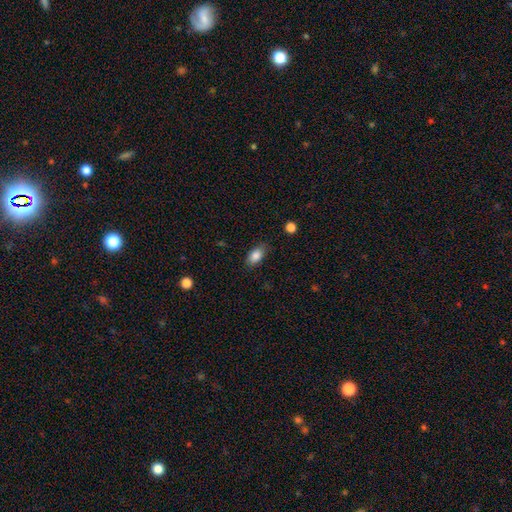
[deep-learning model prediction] Q: Smooth or featured?
A: smooth (85%); runner-up: star or artifact (8%)
Q: How rounded?
A: in between (89%); runner-up: round (7%)
Q: Merging?
A: none (80%); runner-up: minor disturbance (15%)